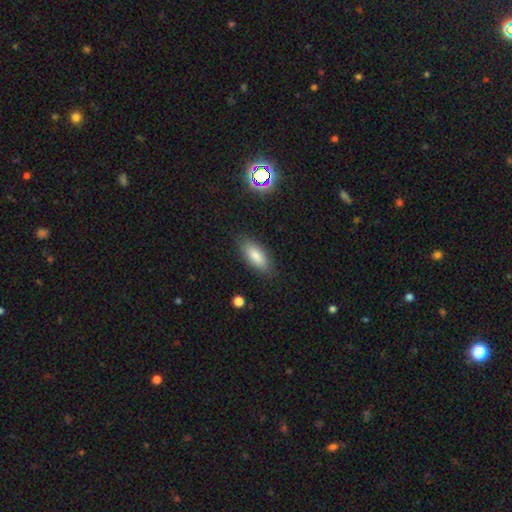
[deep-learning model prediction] A smooth galaxy with no disk features (82%) that is in between round and cigar-shaped (79%). Merging: none (85%).